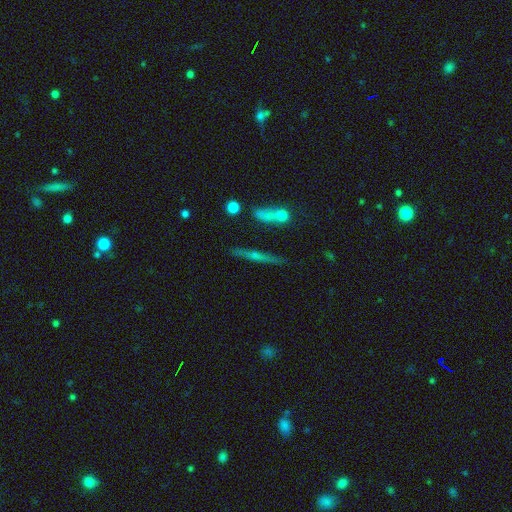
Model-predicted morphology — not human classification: The model was most divided on "smooth or featured": featured or disk: 62%, smooth: 26%, star or artifact: 12%. More confident: edge-on disk — yes (94%); merging — none (81%); edge-on bulge — rounded (67%).